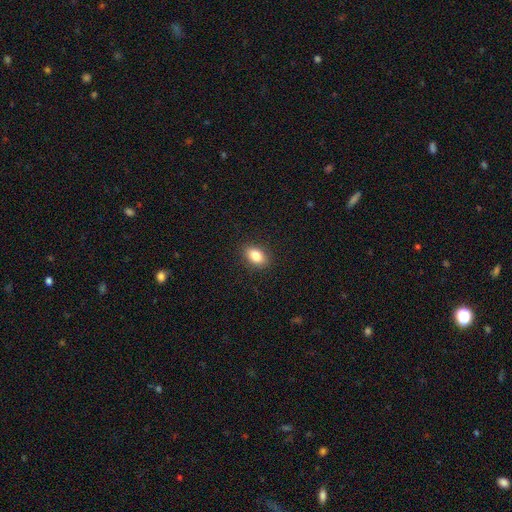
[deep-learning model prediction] Smooth or featured: smooth — 84% (star or artifact — 9%)
How rounded: in between — 85% (round — 13%)
Merging: none — 89% (minor disturbance — 8%)